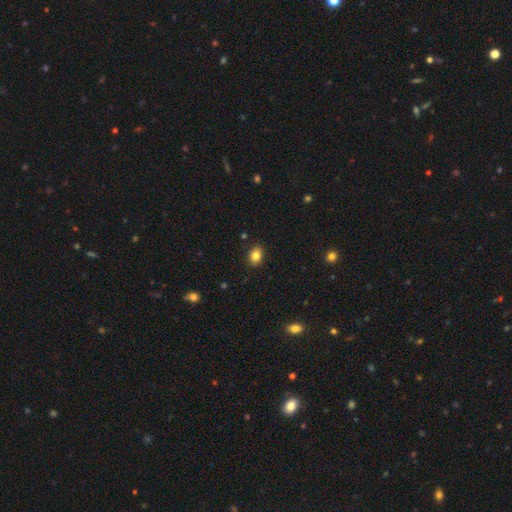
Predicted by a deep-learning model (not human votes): Smooth or featured? Predicted: smooth (p=0.84). How rounded? Predicted: in between (p=0.74). Merging? Predicted: none (p=0.89).